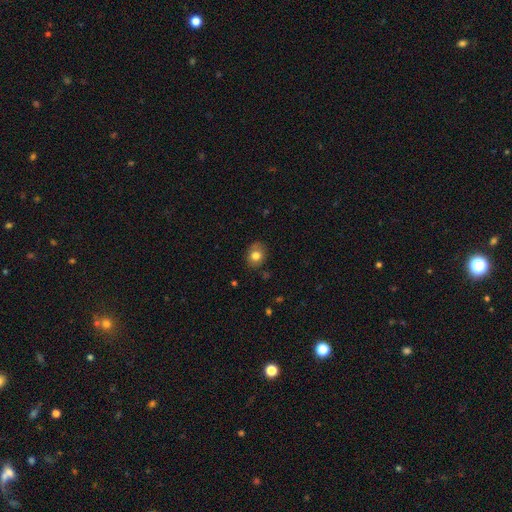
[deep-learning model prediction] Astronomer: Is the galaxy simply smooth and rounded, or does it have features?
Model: smooth — 79%.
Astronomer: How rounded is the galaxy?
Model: round — 51% (runner-up: in between, 48%).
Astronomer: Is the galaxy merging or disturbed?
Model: none — 78%.